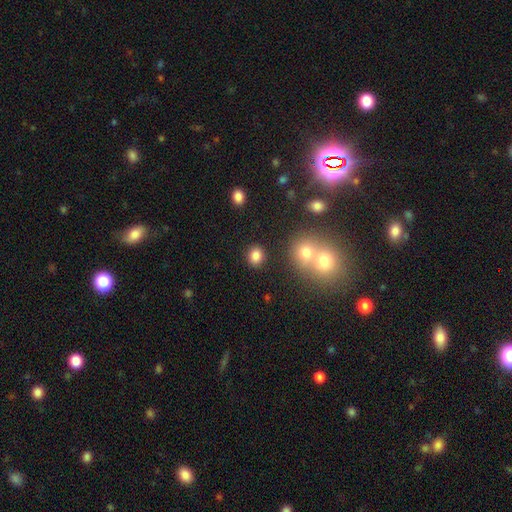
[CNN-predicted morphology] Smooth or featured: smooth — 83% (star or artifact — 11%)
How rounded: round — 68% (in between — 31%)
Merging: none — 84% (minor disturbance — 7%)